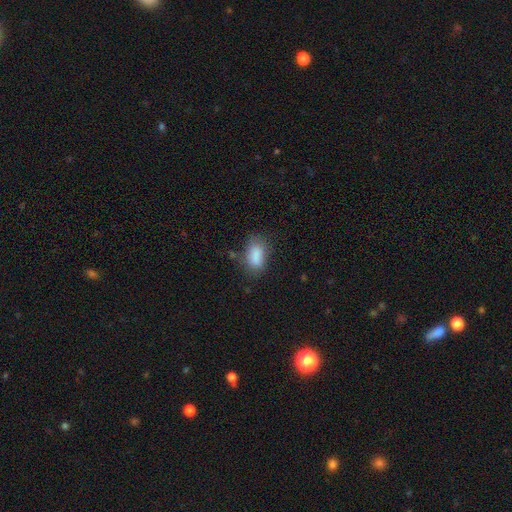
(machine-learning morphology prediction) Smooth or featured? smooth (85%)
How rounded? in between (89%)
Merging? none (62%)